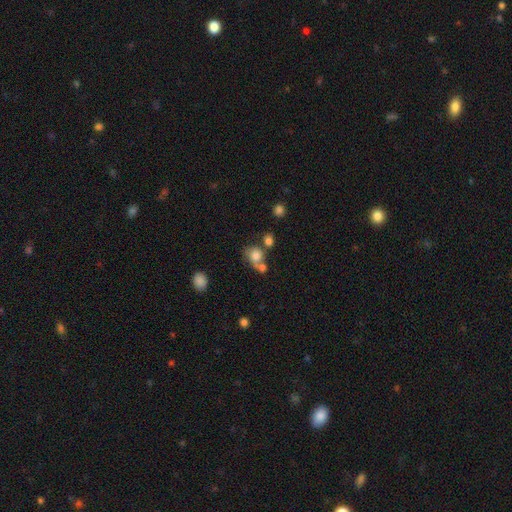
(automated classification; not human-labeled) A smooth galaxy with no disk features (74%) that is round (67%). Merging: merger (41%).